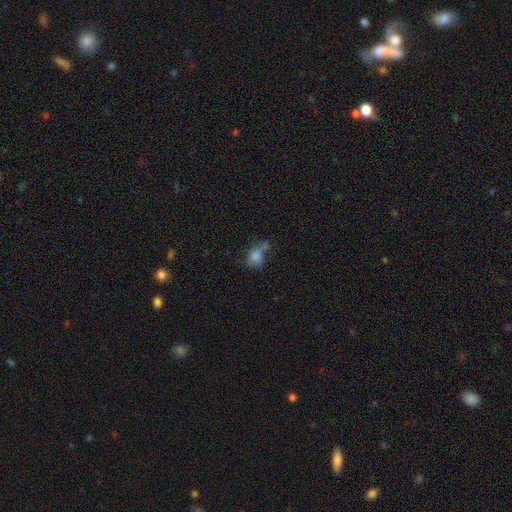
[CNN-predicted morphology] Smooth or featured? Predicted: smooth (p=0.69). How rounded? Predicted: in between (p=0.63). Merging? Predicted: none (p=0.34).